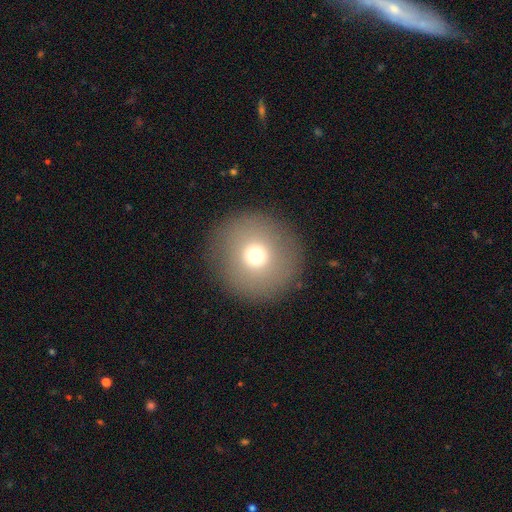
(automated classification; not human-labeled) This is likely a smooth galaxy (69%). How rounded: clearly round (92%). Merging: clearly none (87%).